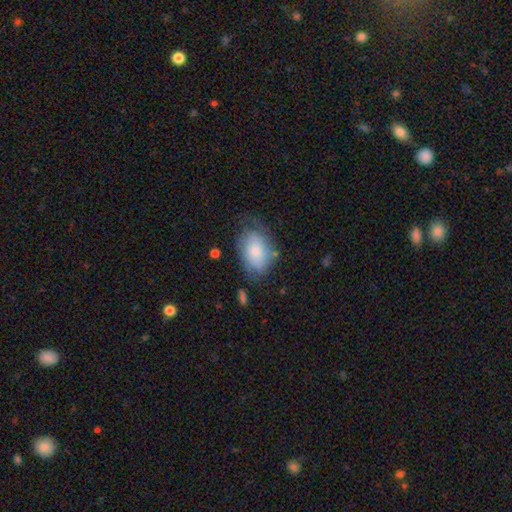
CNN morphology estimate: Smooth or featured? smooth (60%)
How rounded? in between (86%)
Merging? none (59%)